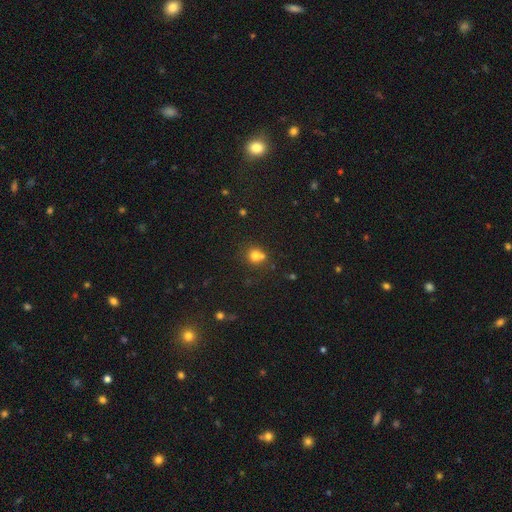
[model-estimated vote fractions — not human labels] This is likely a smooth galaxy (74%). How rounded: likely round (80%). Merging: possibly none (46%).